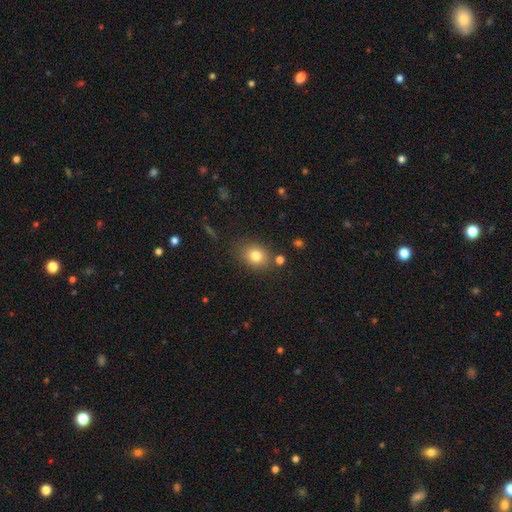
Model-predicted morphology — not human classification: This is likely a smooth galaxy (79%). How rounded: possibly round (52%). Merging: likely none (79%).